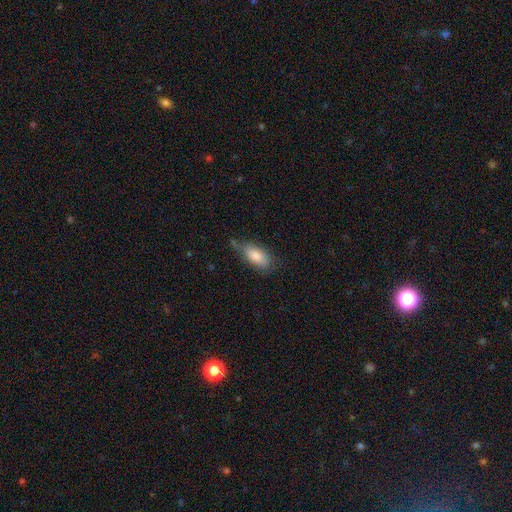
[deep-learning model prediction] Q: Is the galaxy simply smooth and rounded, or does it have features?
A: smooth — 82%.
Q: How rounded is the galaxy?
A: in between — 85%.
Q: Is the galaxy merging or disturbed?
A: none — 59%.